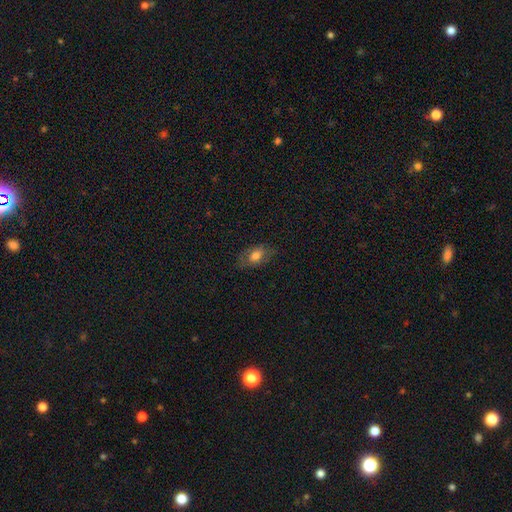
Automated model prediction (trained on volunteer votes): smooth-or-featured: smooth: 70% | featured or disk: 20% | star or artifact: 10%
  how-rounded: in between: 86% | round: 10% | cigar-shaped: 4%
  merging: none: 72% | minor disturbance: 20% | major disturbance: 7% | merger: 1%